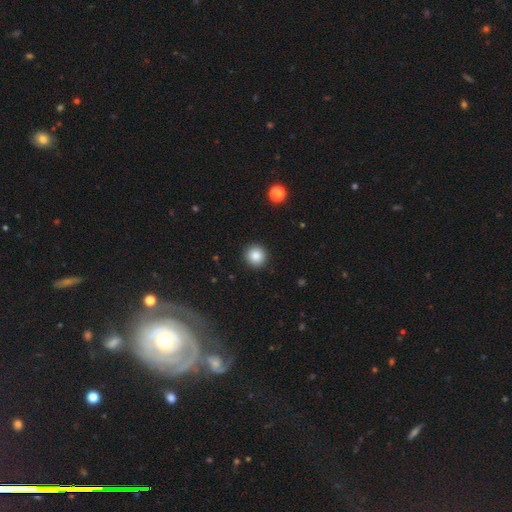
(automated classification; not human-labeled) smooth_or_featured: smooth (p=0.86) [alt: star or artifact p=0.09]
how_rounded: round (p=0.94) [alt: in between p=0.05]
merging: none (p=0.92) [alt: minor disturbance p=0.05]